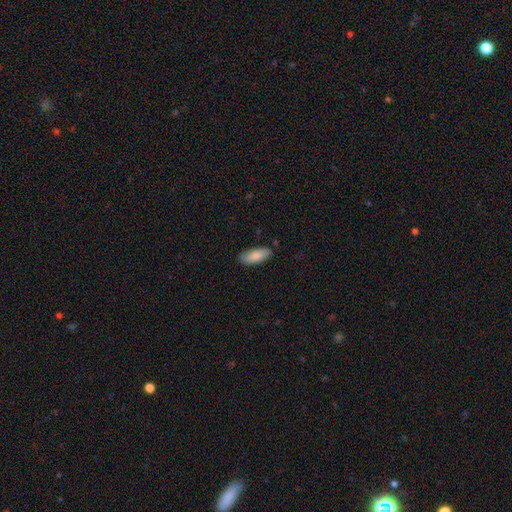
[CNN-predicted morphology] Smooth or featured: smooth — 85% (featured or disk — 9%)
How rounded: in between — 81% (cigar-shaped — 18%)
Merging: none — 83% (minor disturbance — 14%)